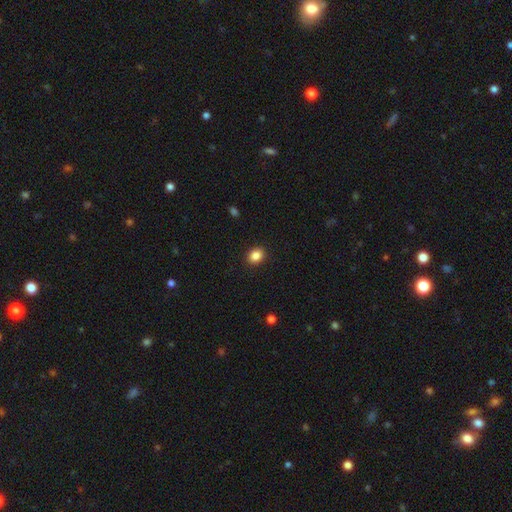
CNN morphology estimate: This is clearly a smooth galaxy (86%). How rounded: possibly round (58%). Merging: clearly none (91%).